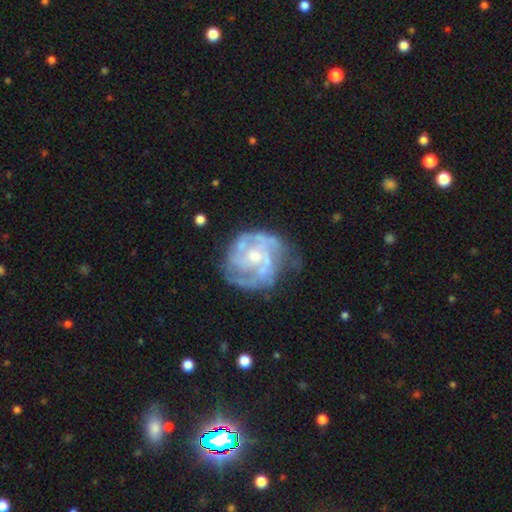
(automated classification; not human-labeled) Smooth or featured? featured or disk (83%)
Edge-on disk? no (98%)
Bar? no (68%)
Spiral arms? yes (85%)
Spiral winding? tight (50%)
Spiral arm count? can't tell (33%)
Bulge size? moderate (51%)
Merging? none (59%)